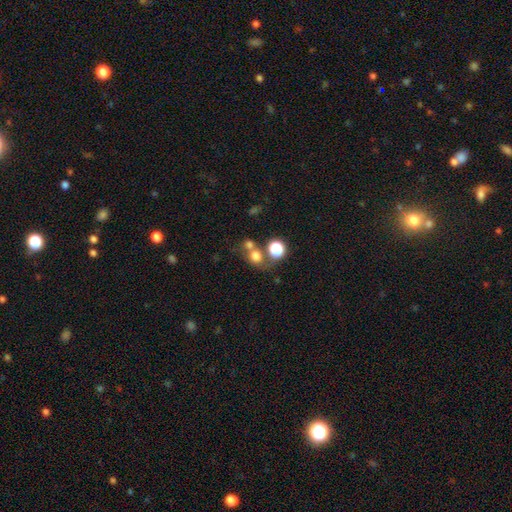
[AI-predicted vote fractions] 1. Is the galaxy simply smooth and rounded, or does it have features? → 70% smooth, 18% star or artifact, 12% featured or disk.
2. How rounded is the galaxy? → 74% round, 25% in between, 1% cigar-shaped.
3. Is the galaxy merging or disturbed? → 49% none, 35% merger, 10% minor disturbance, 6% major disturbance.